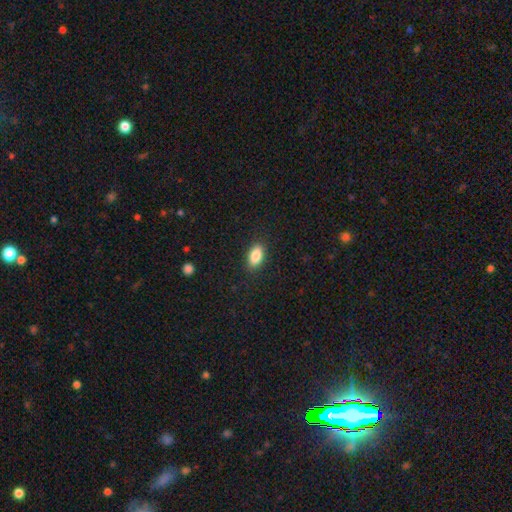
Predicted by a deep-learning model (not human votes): Smooth or featured? Predicted: smooth (p=0.86). How rounded? Predicted: in between (p=0.91). Merging? Predicted: none (p=0.88).